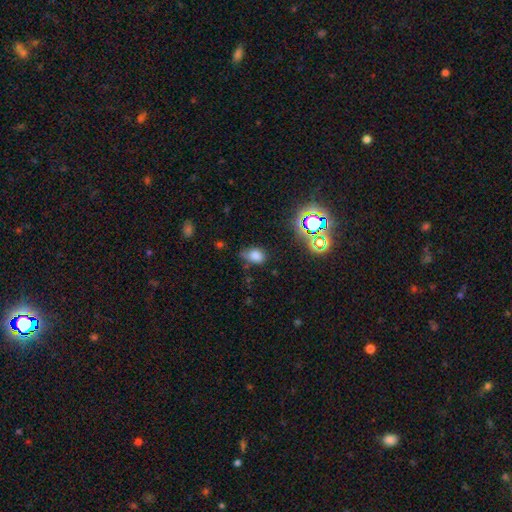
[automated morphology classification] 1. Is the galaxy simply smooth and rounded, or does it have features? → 75% smooth, 17% star or artifact, 7% featured or disk.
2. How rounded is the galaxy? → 71% in between, 27% round, 2% cigar-shaped.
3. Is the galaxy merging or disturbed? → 53% none, 35% minor disturbance, 9% major disturbance, 3% merger.